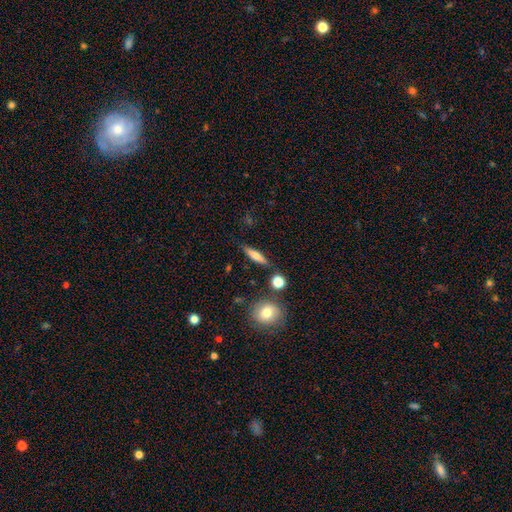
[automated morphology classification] The model was most divided on "smooth or featured": smooth: 64%, featured or disk: 28%, star or artifact: 8%. More confident: merging — none (84%); how rounded — cigar-shaped (74%).